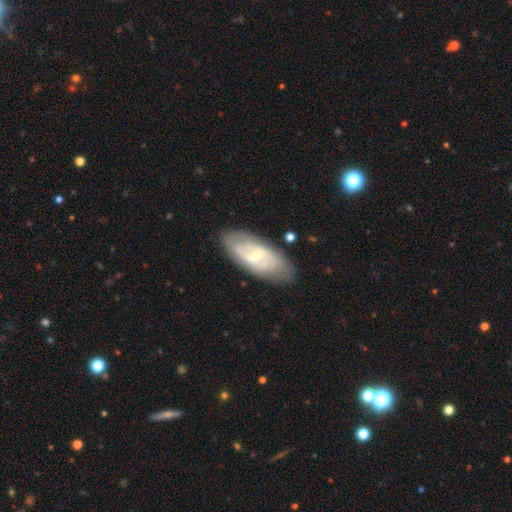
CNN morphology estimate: type=featured or disk (69%); edge-on=no (91%); bar=weak (54%); spiral arms=yes (82%); winding=medium (42%); arm count=2 (62%); bulge=small (56%); merging=none (78%).